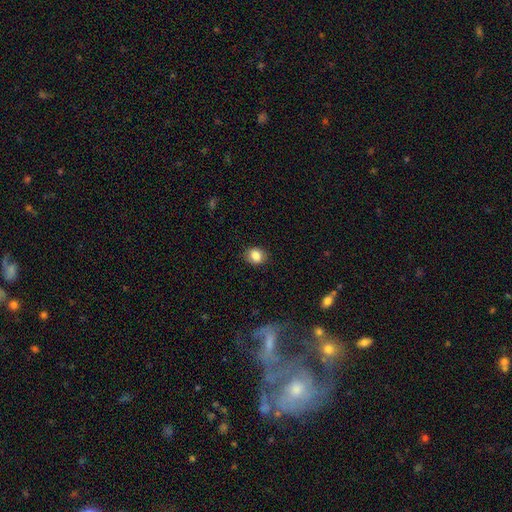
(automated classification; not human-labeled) Q: Smooth or featured?
A: smooth (85%); runner-up: star or artifact (9%)
Q: How rounded?
A: round (59%); runner-up: in between (40%)
Q: Merging?
A: none (86%); runner-up: minor disturbance (10%)